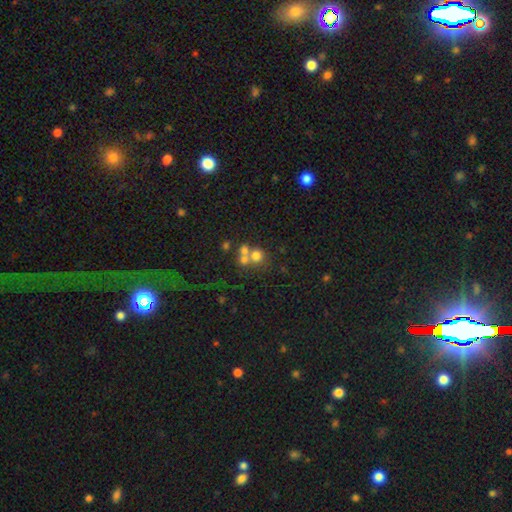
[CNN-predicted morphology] smooth-or-featured: smooth: 64% | featured or disk: 20% | star or artifact: 16%
  how-rounded: round: 84% | in between: 15% | cigar-shaped: 1%
  merging: merger: 49% | none: 39% | minor disturbance: 7% | major disturbance: 5%